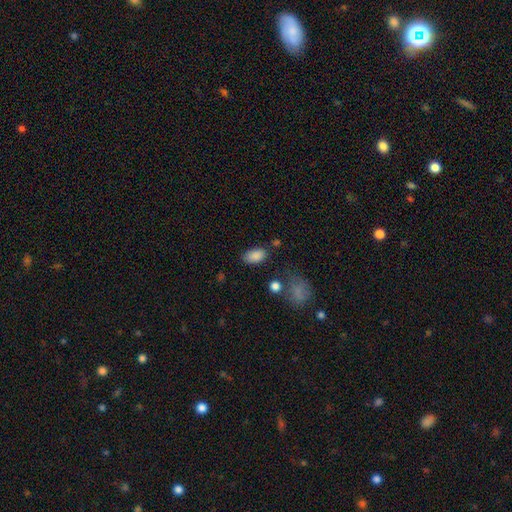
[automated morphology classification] Smooth or featured?
  - smooth: 87% *
  - star or artifact: 8%
  - featured or disk: 5%
How rounded?
  - in between: 93% *
  - round: 5%
  - cigar-shaped: 2%
Merging?
  - none: 75% *
  - minor disturbance: 16%
  - major disturbance: 5%
  - merger: 4%